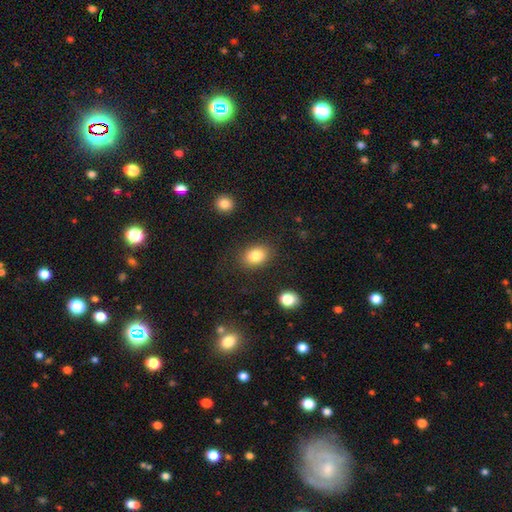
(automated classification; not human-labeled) Q: Smooth or featured?
A: smooth (83%); runner-up: star or artifact (9%)
Q: How rounded?
A: in between (72%); runner-up: round (27%)
Q: Merging?
A: none (84%); runner-up: minor disturbance (10%)